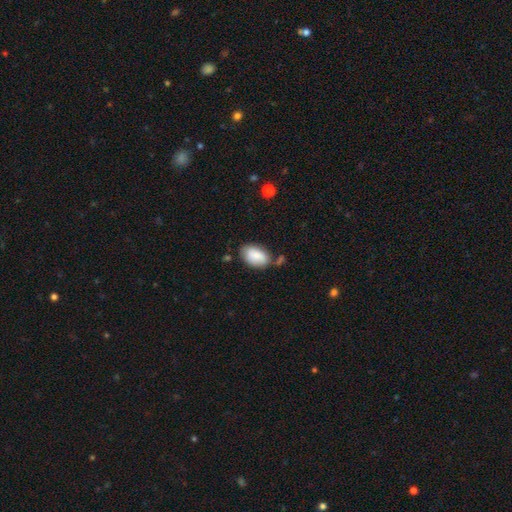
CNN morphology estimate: The model was most divided on "merging": none: 62%, minor disturbance: 23%, merger: 9%, major disturbance: 6%. More confident: how rounded — in between (93%); smooth or featured — smooth (85%).